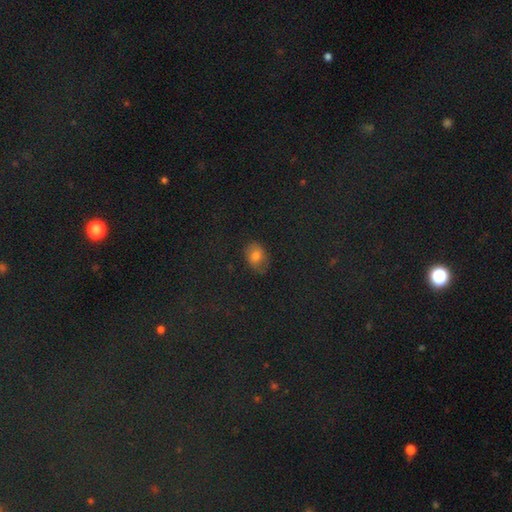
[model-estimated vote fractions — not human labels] Smooth or featured: smooth — 65% (star or artifact — 22%)
How rounded: in between — 67% (round — 31%)
Merging: none — 76% (minor disturbance — 17%)